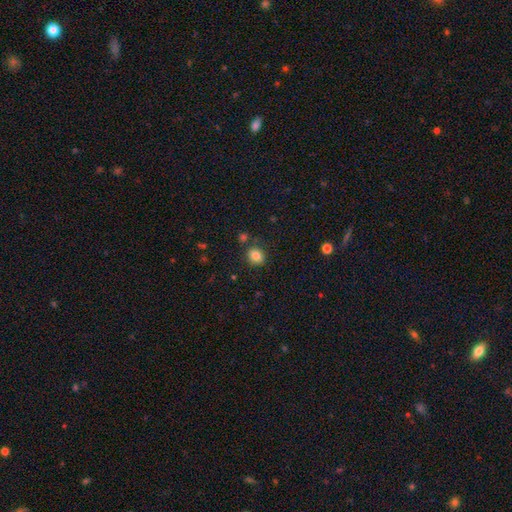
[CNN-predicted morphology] type=smooth (84%); roundness=round (62%); merging=none (78%).